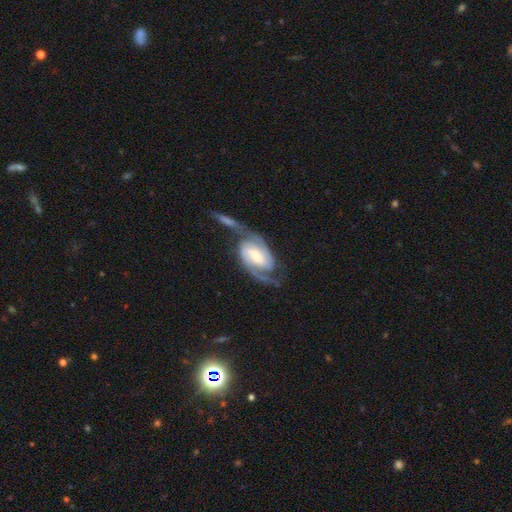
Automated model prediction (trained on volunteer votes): A featured or disk galaxy (88%) with a weak bar (43%), 2 (91%) medium (49%) spiral arms (98%) and a moderate central bulge (40%). Merging: none (49%).